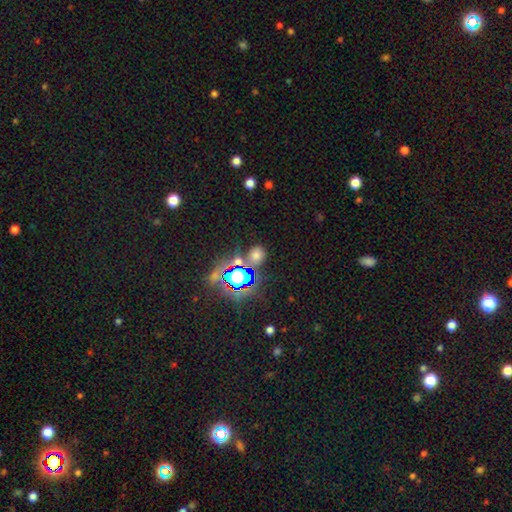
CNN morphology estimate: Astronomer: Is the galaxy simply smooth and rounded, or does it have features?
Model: smooth — 52% (runner-up: star or artifact, 40%).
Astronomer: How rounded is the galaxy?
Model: round — 66%.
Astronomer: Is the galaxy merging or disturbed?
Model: none — 77%.